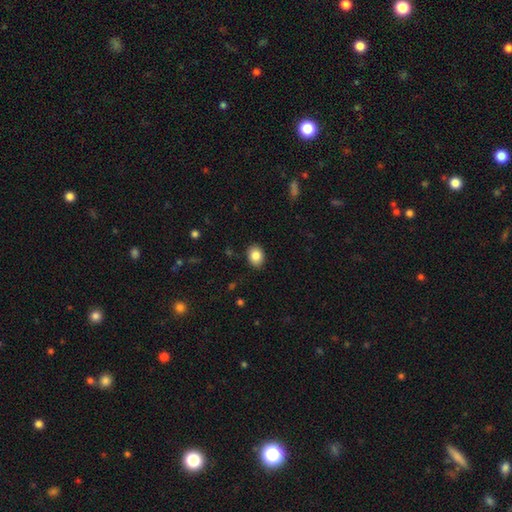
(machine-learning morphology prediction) Smooth or featured: smooth — 85% (star or artifact — 9%)
How rounded: in between — 56% (round — 43%)
Merging: none — 88% (minor disturbance — 9%)